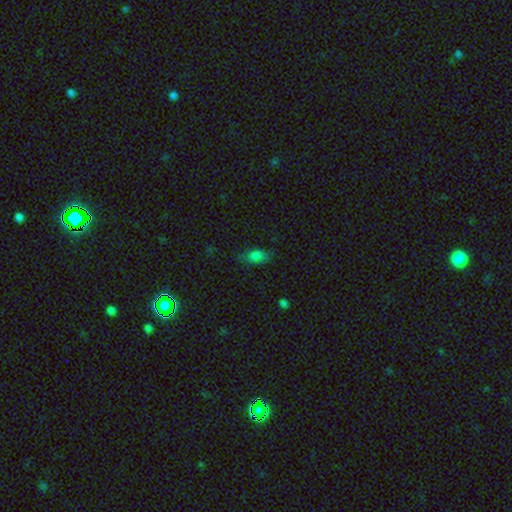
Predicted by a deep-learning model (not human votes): smooth 78%, star or artifact 13%, featured or disk 9%. Down the decision tree: how rounded — in between (86%); merging — none (71%).